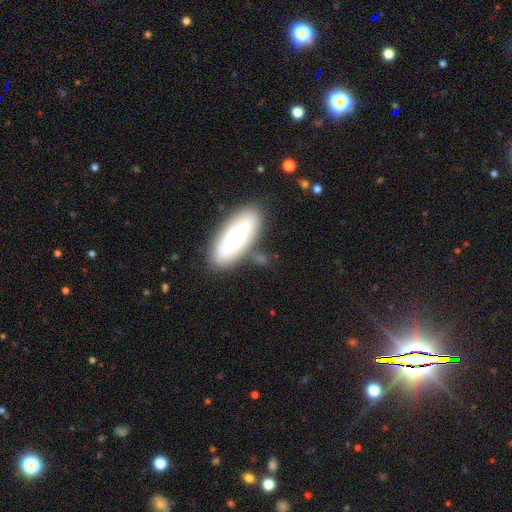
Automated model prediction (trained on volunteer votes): Overall: smooth (55%; featured or disk 38%). How rounded: in between (57%; cigar-shaped 41%). Merging: none (80%).